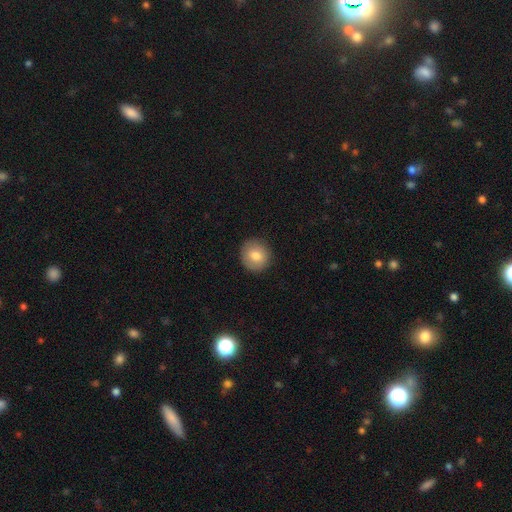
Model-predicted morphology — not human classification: The model was most divided on "smooth or featured": smooth: 80%, featured or disk: 13%, star or artifact: 8%. More confident: merging — none (88%); how rounded — round (85%).